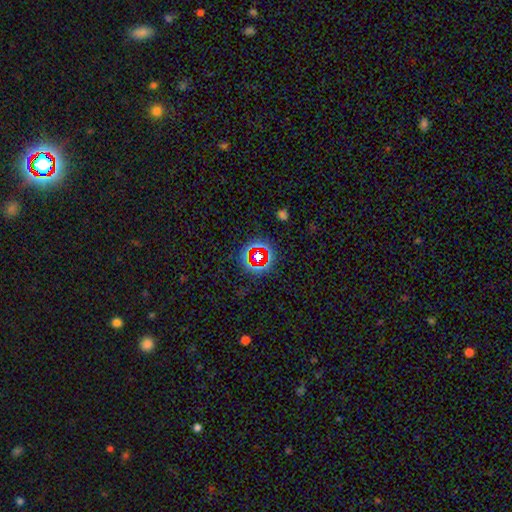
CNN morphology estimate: Overall: star or artifact (71%).